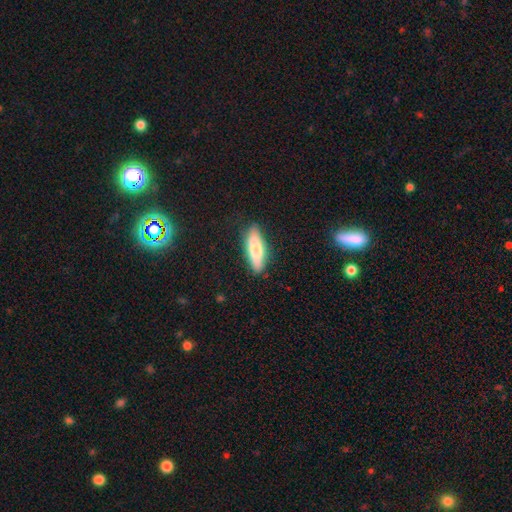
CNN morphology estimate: smooth_or_featured: smooth (p=0.70) [alt: featured or disk p=0.24]
how_rounded: in between (p=0.53) [alt: cigar-shaped p=0.44]
merging: none (p=0.81) [alt: minor disturbance p=0.14]